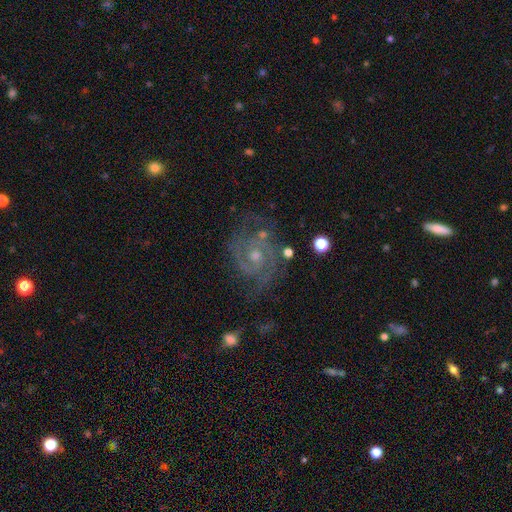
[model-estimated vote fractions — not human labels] smooth_or_featured: featured or disk (p=0.87) [alt: star or artifact p=0.07]
disk_edge_on: no (p=0.98) [alt: yes p=0.02]
bar: no (p=0.70) [alt: weak p=0.25]
has_spiral_arms: yes (p=0.96) [alt: no p=0.04]
spiral_winding: tight (p=0.57) [alt: medium p=0.36]
spiral_arm_count: 2 (p=0.64) [alt: can't tell p=0.13]
bulge_size: moderate (p=0.49) [alt: small p=0.47]
merging: none (p=0.66) [alt: minor disturbance p=0.20]